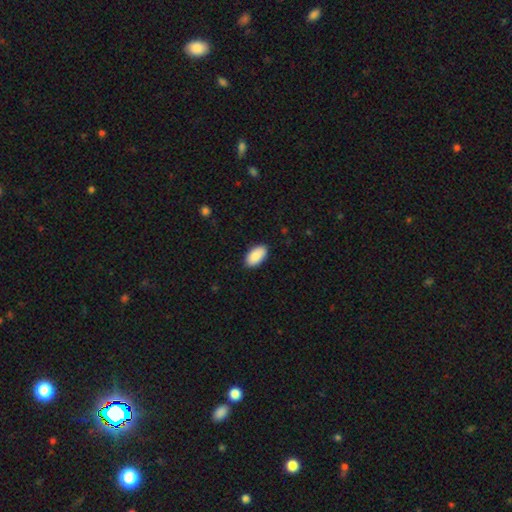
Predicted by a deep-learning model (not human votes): smooth_or_featured: smooth (p=0.90) [alt: star or artifact p=0.06]
how_rounded: in between (p=0.95) [alt: round p=0.02]
merging: none (p=0.88) [alt: minor disturbance p=0.09]